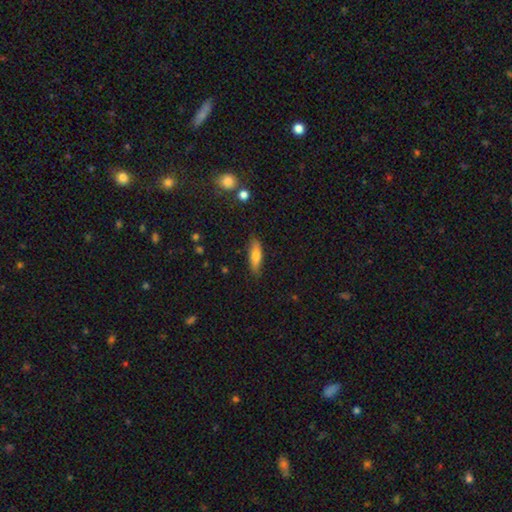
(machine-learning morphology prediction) A smooth galaxy with no disk features (72%) that is cigar-shaped (51%).

Vote fractions:
- Smooth or featured? smooth: 72% / featured or disk: 21% / star or artifact: 7%
- How rounded? cigar-shaped: 51% / in between: 47% / round: 2%
- Merging? none: 84% / minor disturbance: 12% / major disturbance: 2% / merger: 2%